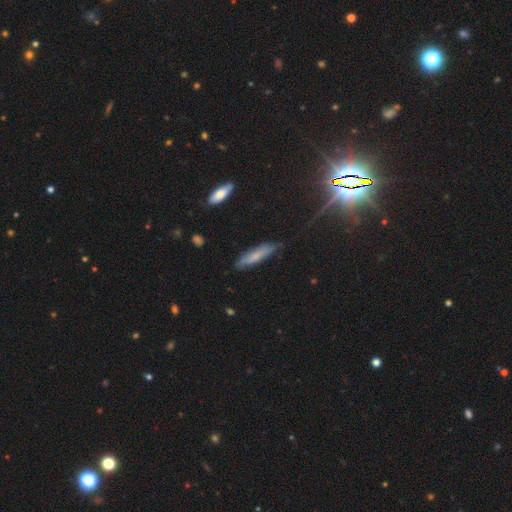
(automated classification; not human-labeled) smooth_or_featured: smooth (p=0.61) [alt: featured or disk p=0.30]
how_rounded: cigar-shaped (p=0.78) [alt: in between p=0.20]
merging: none (p=0.77) [alt: minor disturbance p=0.18]